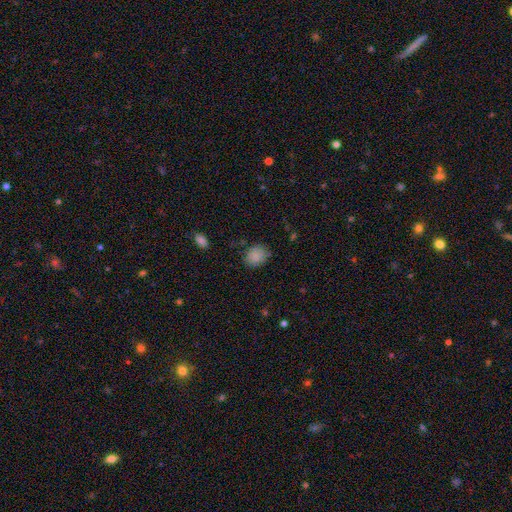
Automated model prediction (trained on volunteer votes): This is clearly a smooth galaxy (86%). How rounded: possibly round (53%). Merging: likely none (78%).